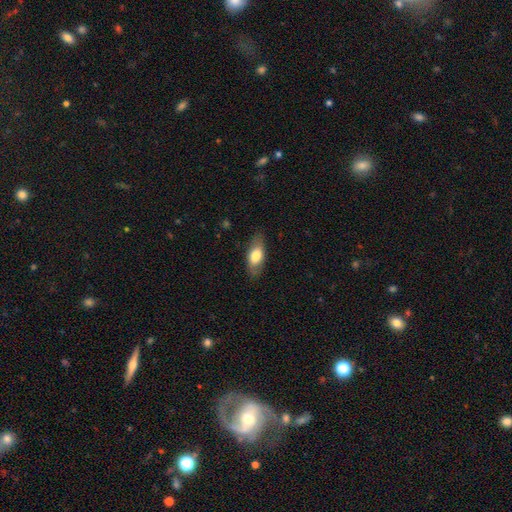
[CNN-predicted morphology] This is likely a smooth galaxy (70%). How rounded: clearly in between (82%). Merging: likely none (78%).